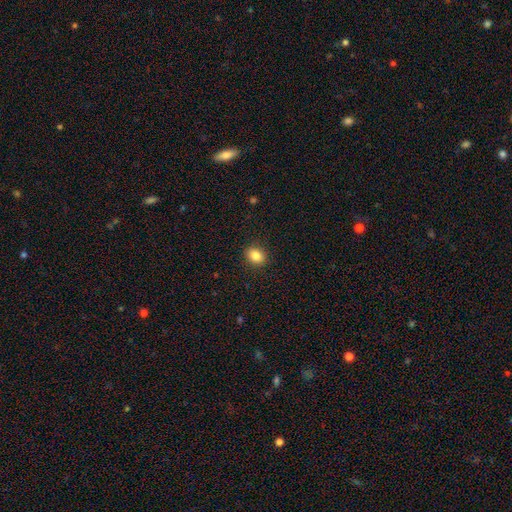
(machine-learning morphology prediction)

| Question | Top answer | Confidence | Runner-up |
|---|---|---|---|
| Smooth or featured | smooth | 85% | star or artifact (10%) |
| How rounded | in between | 54% | round (45%) |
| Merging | none | 90% | minor disturbance (7%) |